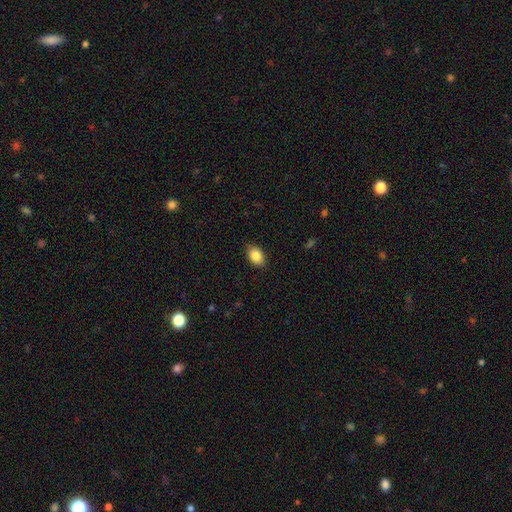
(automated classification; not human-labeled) Smooth or featured?
  - smooth: 86% *
  - star or artifact: 8%
  - featured or disk: 6%
How rounded?
  - in between: 84% *
  - round: 15%
  - cigar-shaped: 1%
Merging?
  - none: 87% *
  - minor disturbance: 10%
  - major disturbance: 2%
  - merger: 1%